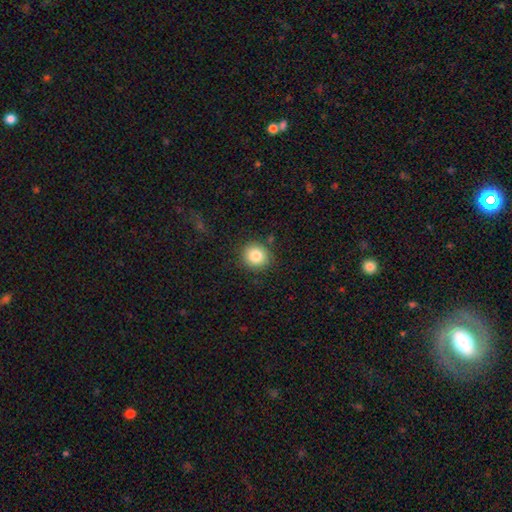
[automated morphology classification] Smooth or featured: smooth — 83% (star or artifact — 10%)
How rounded: round — 87% (in between — 12%)
Merging: none — 87% (minor disturbance — 8%)